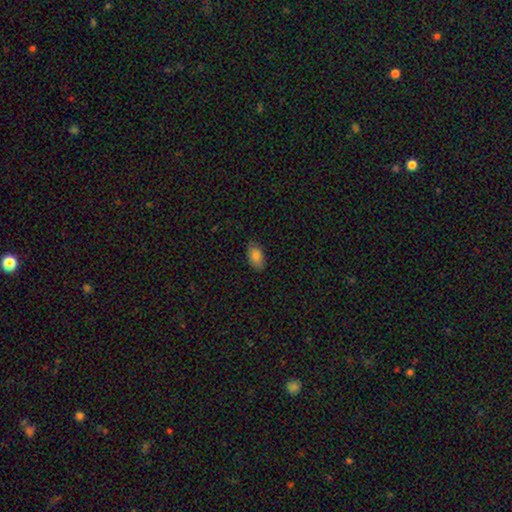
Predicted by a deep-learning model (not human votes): Overall: smooth (83%). How rounded: in between (92%). Merging: none (84%).